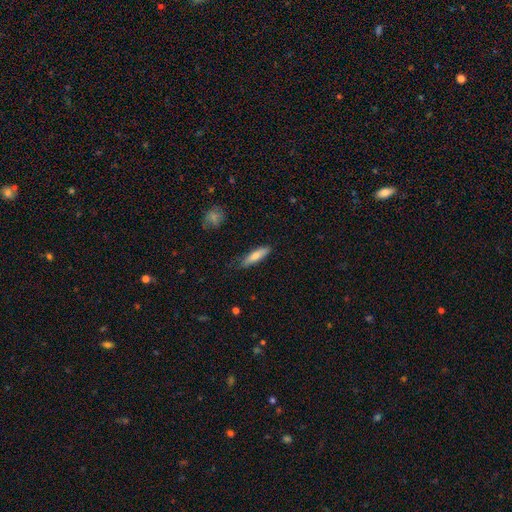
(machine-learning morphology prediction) Smooth or featured? Predicted: smooth (p=0.75). How rounded? Predicted: cigar-shaped (p=0.67). Merging? Predicted: none (p=0.77).